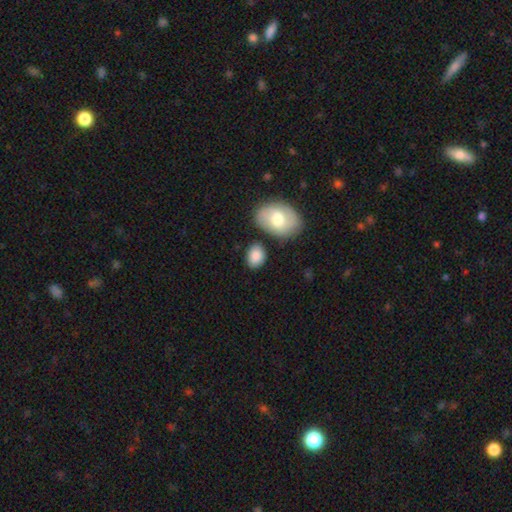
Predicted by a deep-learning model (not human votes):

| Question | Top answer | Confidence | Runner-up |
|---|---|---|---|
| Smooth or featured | smooth | 85% | featured or disk (9%) |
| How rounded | in between | 74% | round (25%) |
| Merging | none | 73% | minor disturbance (14%) |